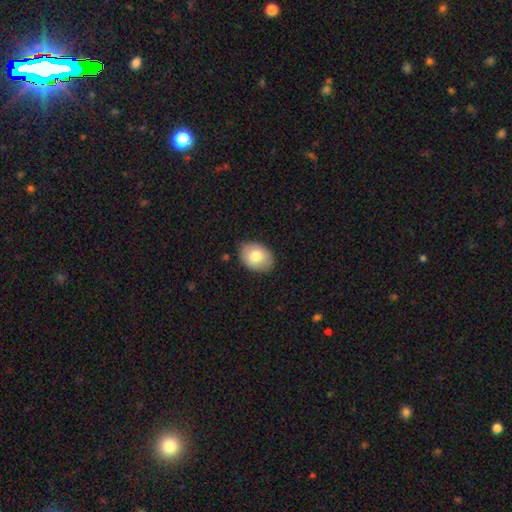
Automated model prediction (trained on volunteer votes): Smooth or featured? smooth (77%)
How rounded? in between (75%)
Merging? none (84%)